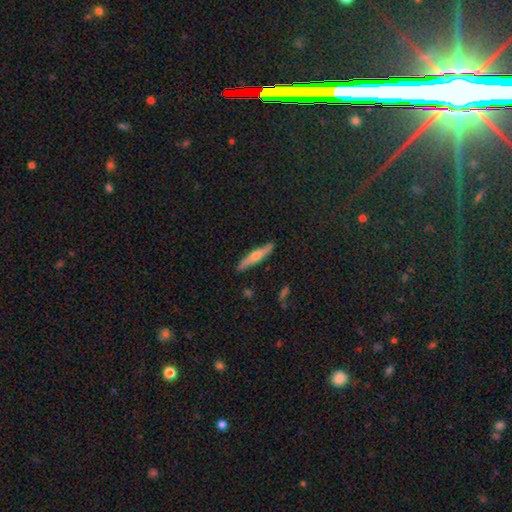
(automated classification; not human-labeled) This appears to be a featured or disk galaxy (50%) viewed edge-on (92%). Merging: none (88%).